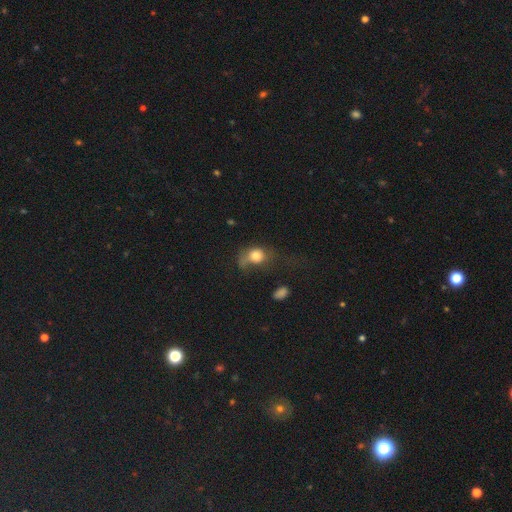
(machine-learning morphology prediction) Smooth or featured? Predicted: smooth (p=0.75). How rounded? Predicted: round (p=0.58). Merging? Predicted: major disturbance (p=0.41).